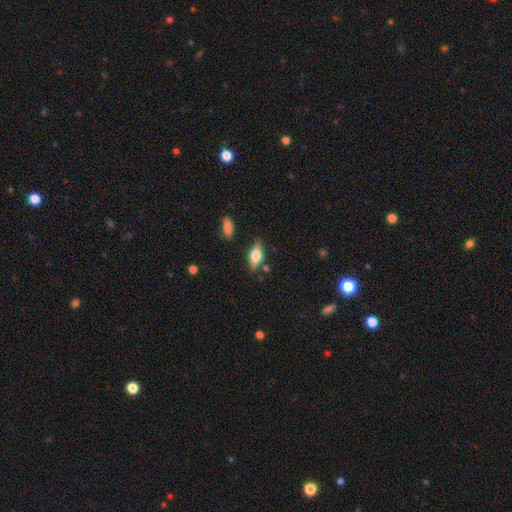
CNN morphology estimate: The model was most divided on "smooth or featured": smooth: 61%, featured or disk: 32%, star or artifact: 8%. More confident: how rounded — in between (81%); merging — none (78%).